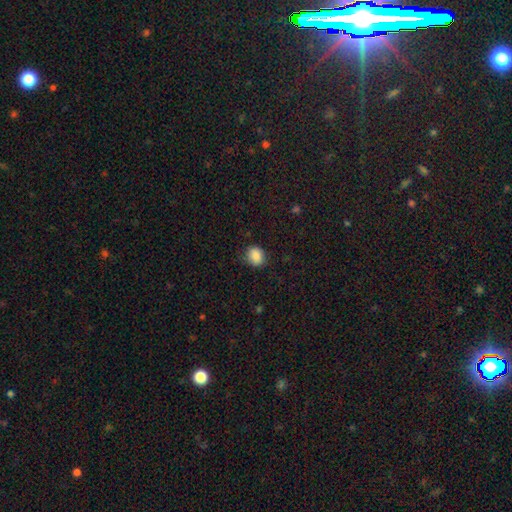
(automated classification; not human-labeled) This appears to be a smooth galaxy with no disk features (87%) that is round (62%). Merging: none (80%).